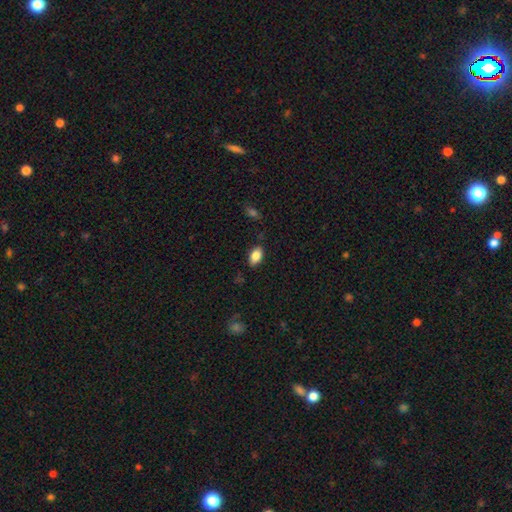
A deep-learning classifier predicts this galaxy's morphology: smooth 84%, star or artifact 8%, featured or disk 8%. Down the decision tree: how rounded — in between (91%); merging — none (83%).